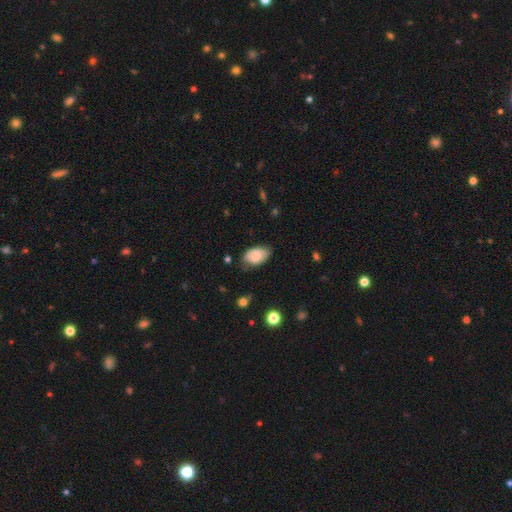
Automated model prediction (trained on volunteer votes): The model was most divided on "merging": none: 62%, minor disturbance: 30%, major disturbance: 7%, merger: 2%. More confident: how rounded — in between (92%); smooth or featured — smooth (75%).